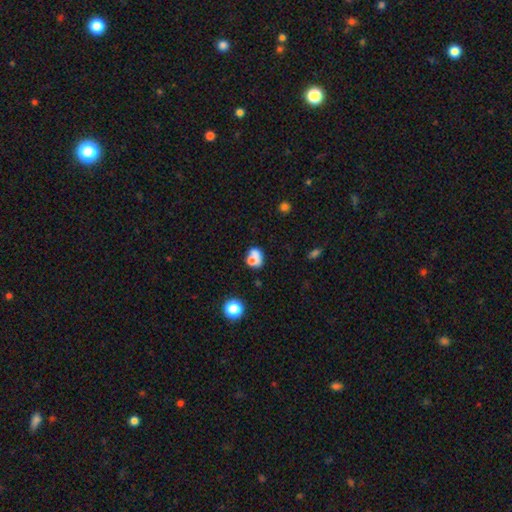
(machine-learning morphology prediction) Smooth or featured? smooth (65%)
How rounded? round (52%)
Merging? merger (41%)